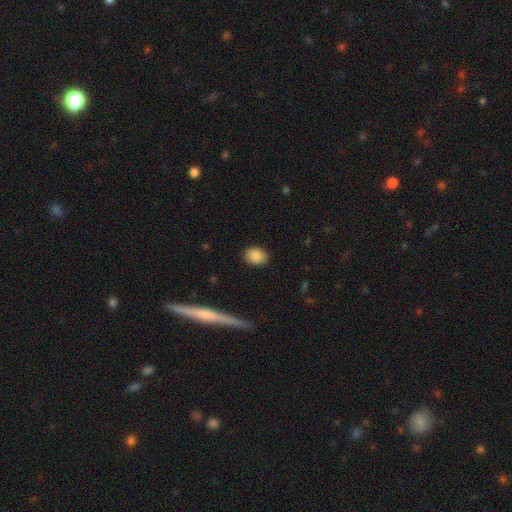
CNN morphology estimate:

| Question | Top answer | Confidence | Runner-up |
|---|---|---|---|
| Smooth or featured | smooth | 87% | star or artifact (8%) |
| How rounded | round | 50% | in between (49%) |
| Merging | none | 88% | minor disturbance (9%) |